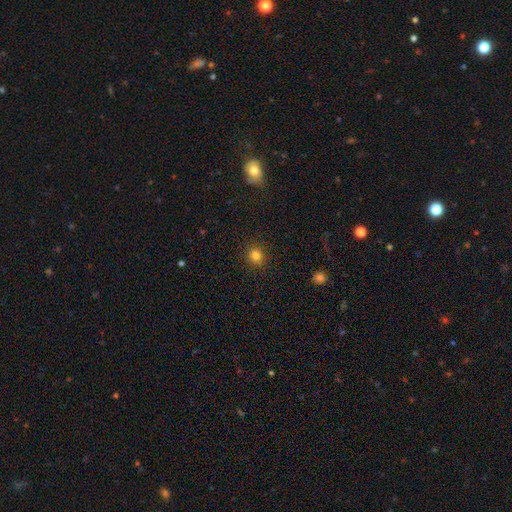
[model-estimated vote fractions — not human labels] Smooth or featured: smooth — 82% (star or artifact — 13%)
How rounded: round — 91% (in between — 8%)
Merging: none — 91% (minor disturbance — 6%)